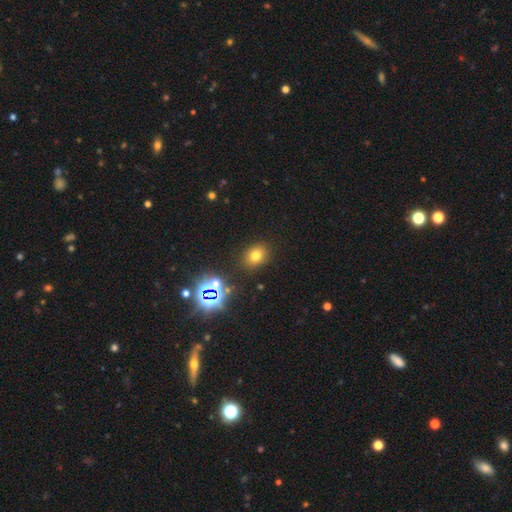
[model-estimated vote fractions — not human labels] Q: Smooth or featured?
A: smooth (69%); runner-up: star or artifact (22%)
Q: How rounded?
A: round (53%); runner-up: in between (46%)
Q: Merging?
A: none (85%); runner-up: minor disturbance (8%)